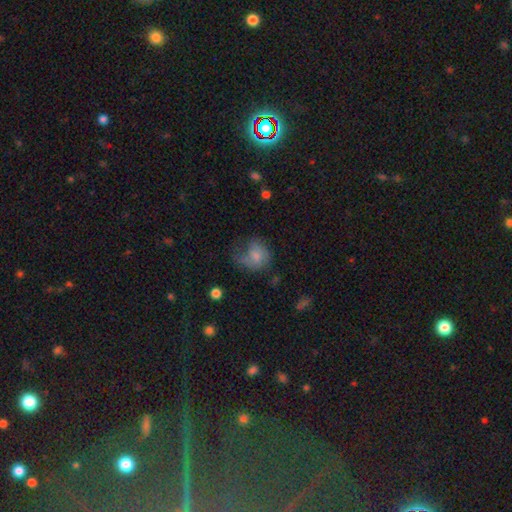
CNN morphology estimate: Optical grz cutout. It shows a smooth galaxy with no disk features (62%) that is round (55%). Merging: major disturbance (40%).